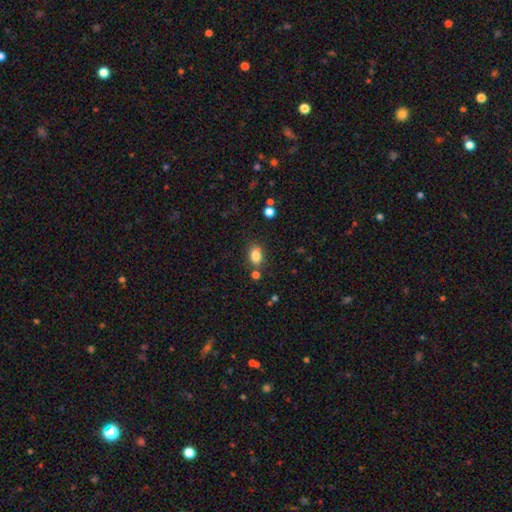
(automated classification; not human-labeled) A smooth galaxy with no disk features (83%) that is in between round and cigar-shaped (79%).

Vote fractions:
- Smooth or featured? smooth: 83% / star or artifact: 10% / featured or disk: 7%
- How rounded? in between: 79% / round: 19% / cigar-shaped: 2%
- Merging? none: 75% / minor disturbance: 13% / merger: 9% / major disturbance: 3%